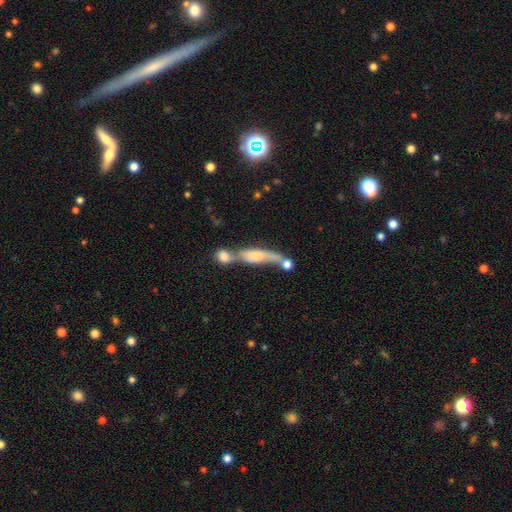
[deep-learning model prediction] Smooth or featured? Predicted: featured or disk (p=0.47). Merging? Predicted: merger (p=0.47).